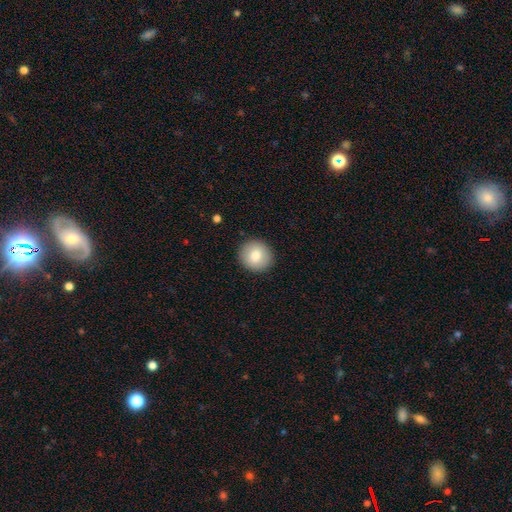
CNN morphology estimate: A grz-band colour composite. It shows a smooth galaxy with no disk features (82%) that is round (91%). Merging: none (91%).